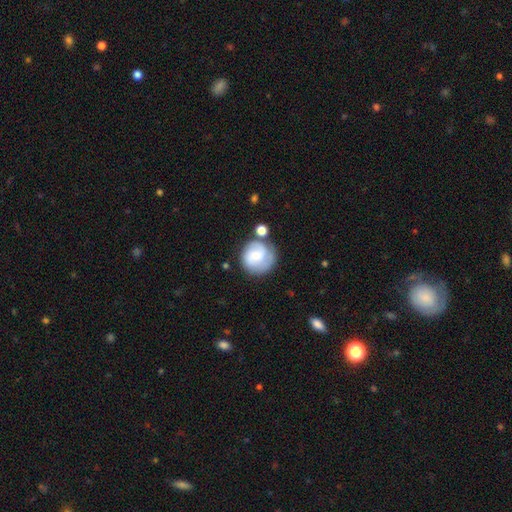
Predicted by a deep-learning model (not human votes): This is possibly a smooth galaxy (48%). Merging: possibly none (59%).